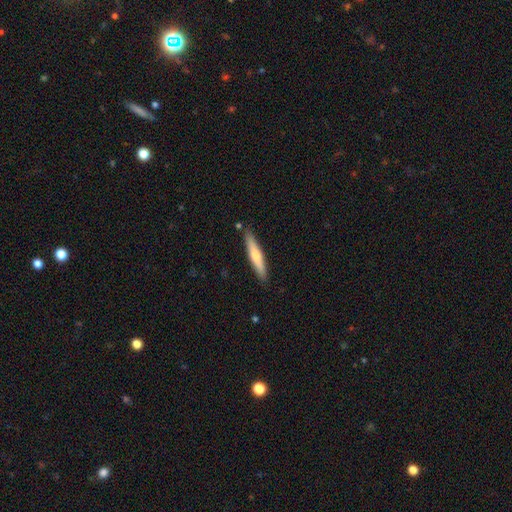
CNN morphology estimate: Smooth or featured? Predicted: smooth (p=0.52). How rounded? Predicted: cigar-shaped (p=0.90). Merging? Predicted: none (p=0.87).